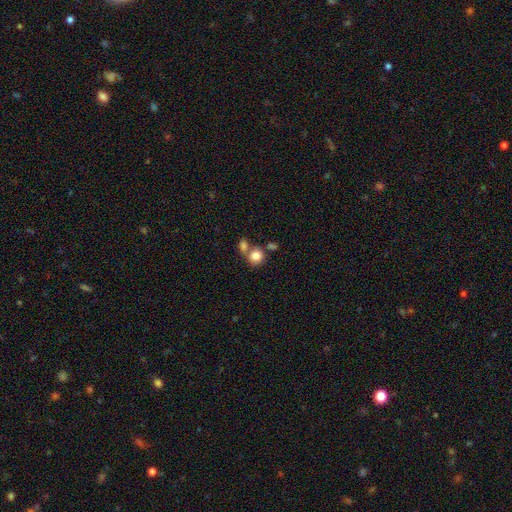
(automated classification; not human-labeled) This is clearly a smooth galaxy (83%). How rounded: clearly round (82%). Merging: possibly none (49%).